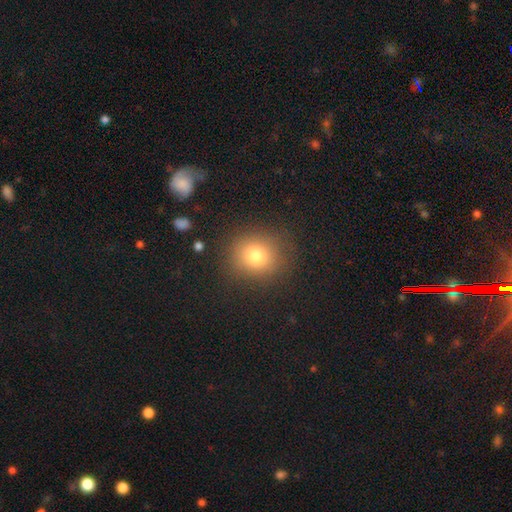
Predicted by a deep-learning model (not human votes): Smooth or featured: smooth — 78% (star or artifact — 13%)
How rounded: round — 80% (in between — 19%)
Merging: none — 85% (minor disturbance — 9%)